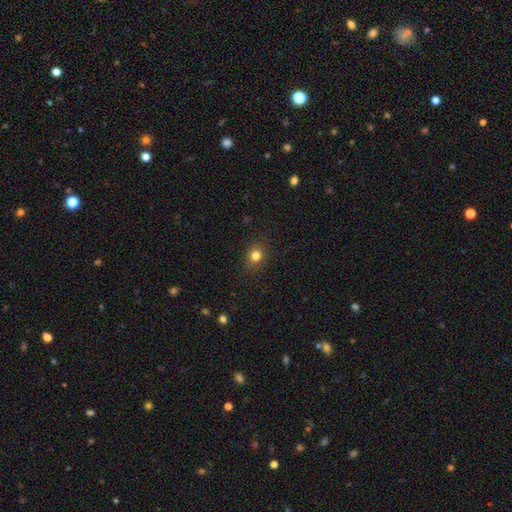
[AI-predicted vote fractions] A smooth galaxy with no disk features (80%) that is round (61%). Merging: none (88%).